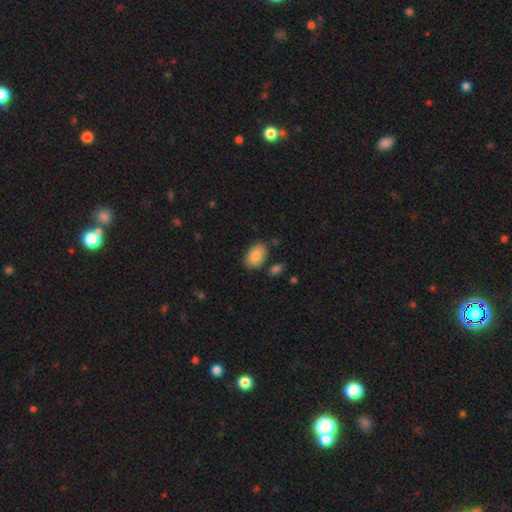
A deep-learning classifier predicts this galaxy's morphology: This appears to be a smooth galaxy with no disk features (87%) that is in between round and cigar-shaped (91%). Merging: none (79%).